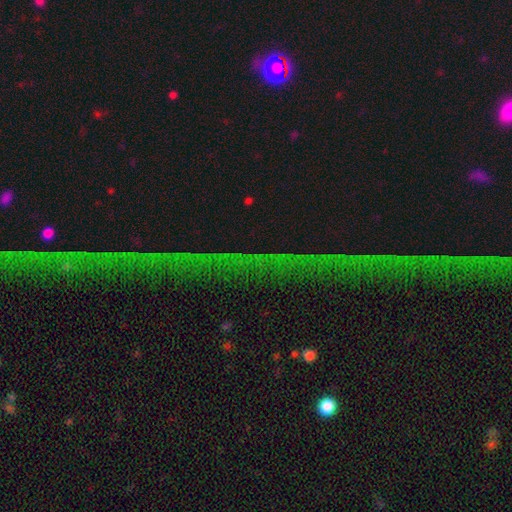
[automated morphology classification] The model was most divided on "smooth or featured": star or artifact: 75%, featured or disk: 14%, smooth: 11%.